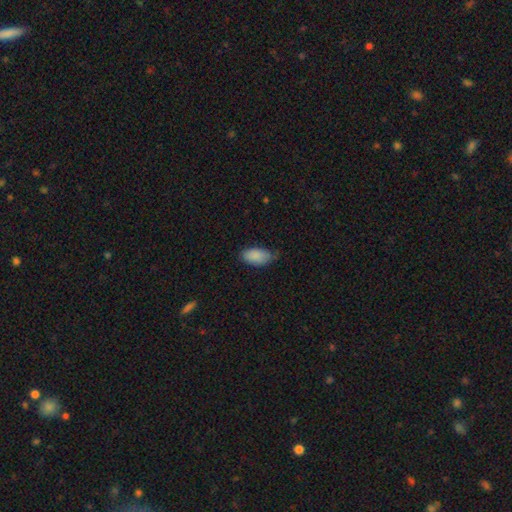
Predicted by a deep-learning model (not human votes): Smooth or featured? Predicted: smooth (p=0.88). How rounded? Predicted: in between (p=0.94). Merging? Predicted: none (p=0.60).